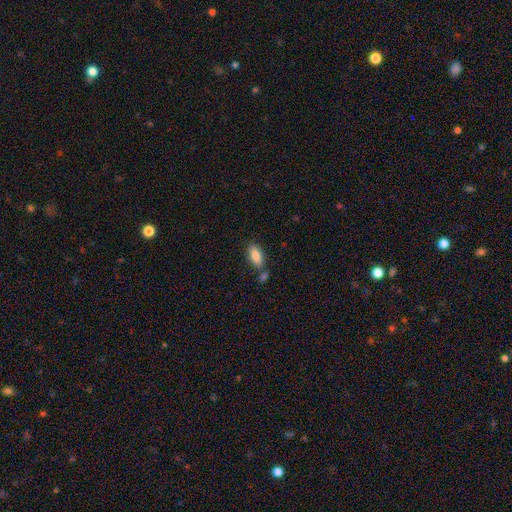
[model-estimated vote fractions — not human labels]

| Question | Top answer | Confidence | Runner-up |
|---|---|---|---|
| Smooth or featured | smooth | 85% | featured or disk (8%) |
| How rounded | in between | 86% | cigar-shaped (12%) |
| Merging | none | 70% | merger (15%) |